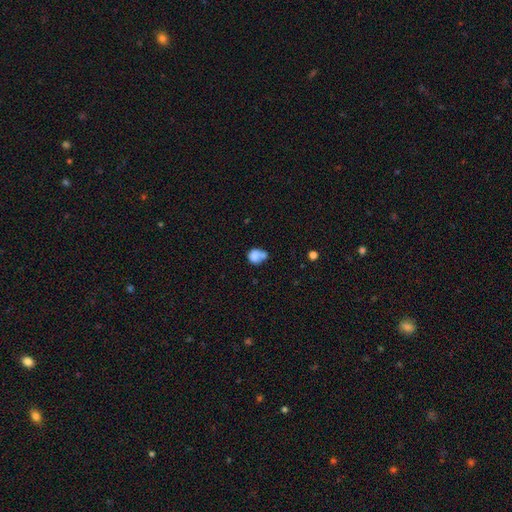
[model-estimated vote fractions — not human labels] Overall: smooth (76%). How rounded: round (58%; in between 41%). Merging: merger (40%; none 31%).